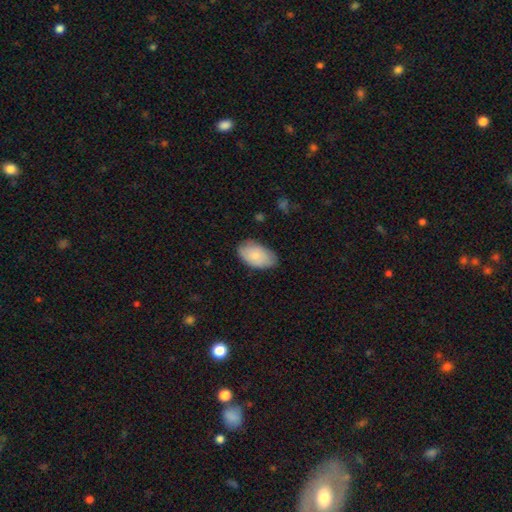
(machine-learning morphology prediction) Smooth or featured? smooth (79%)
How rounded? in between (94%)
Merging? none (74%)